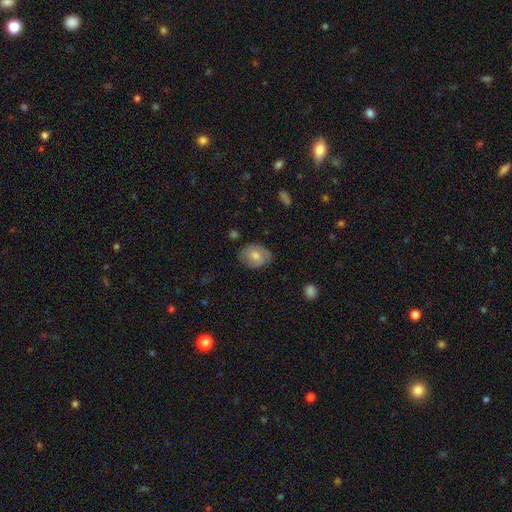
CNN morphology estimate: smooth-or-featured: smooth: 72% | featured or disk: 20% | star or artifact: 8%
  how-rounded: in between: 57% | round: 42% | cigar-shaped: 1%
  merging: none: 75% | minor disturbance: 20% | major disturbance: 4% | merger: 1%